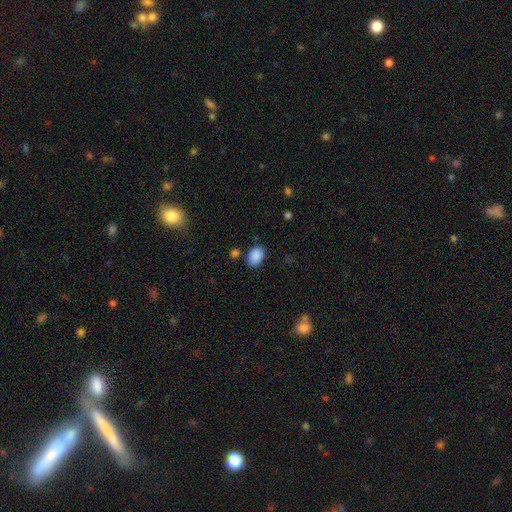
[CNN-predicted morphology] A smooth galaxy with no disk features (89%) that is in between round and cigar-shaped (85%). Merging: none (80%).